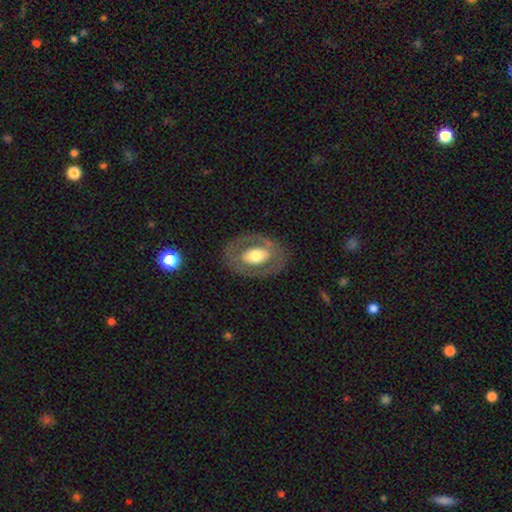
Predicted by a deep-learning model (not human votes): featured or disk 55%, smooth 39%, star or artifact 6%. Down the decision tree: edge-on disk — no (92%); bar — no (67%); spiral arms — no (80%); bulge size — moderate (53%); merging — none (79%).